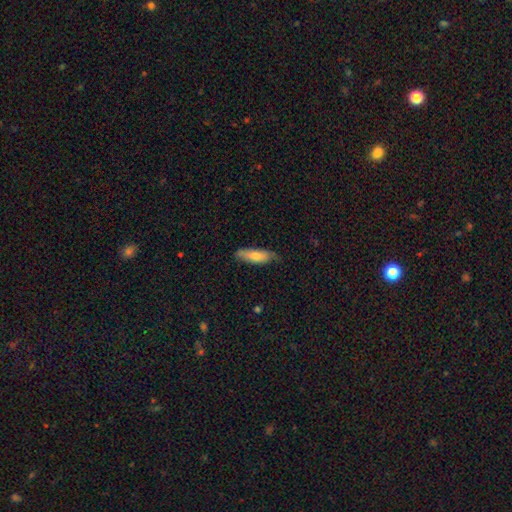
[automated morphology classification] This appears to be a smooth galaxy with no disk features (64%) that is cigar-shaped (56%). Merging: none (76%).